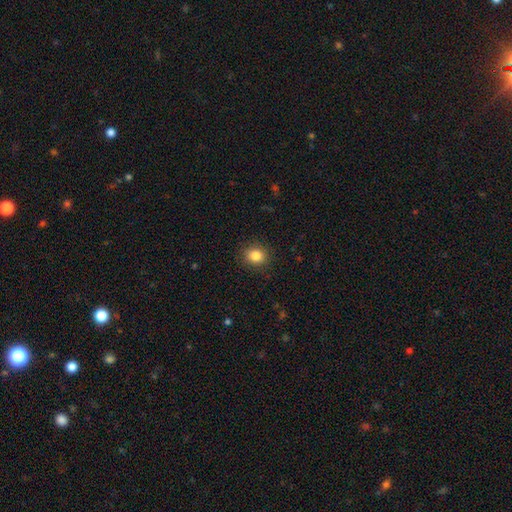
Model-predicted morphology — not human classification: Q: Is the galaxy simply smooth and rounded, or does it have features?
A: smooth — 85%.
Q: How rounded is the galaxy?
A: round — 71%.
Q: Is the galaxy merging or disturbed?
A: none — 89%.